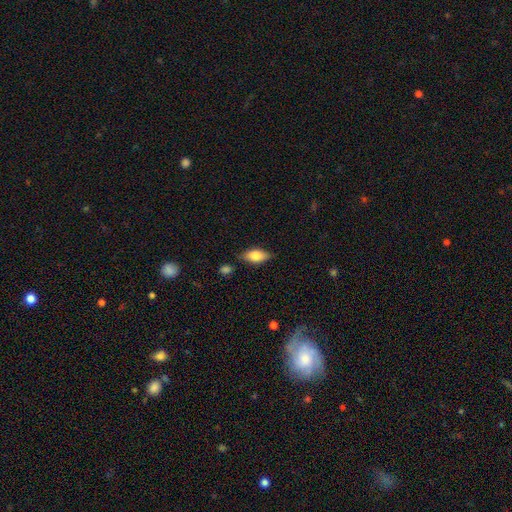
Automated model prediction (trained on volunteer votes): A smooth galaxy with no disk features (76%) that is in between round and cigar-shaped (86%).

Vote fractions:
- Smooth or featured? smooth: 76% / featured or disk: 17% / star or artifact: 7%
- How rounded? in between: 86% / cigar-shaped: 9% / round: 4%
- Merging? none: 78% / minor disturbance: 15% / merger: 3% / major disturbance: 3%